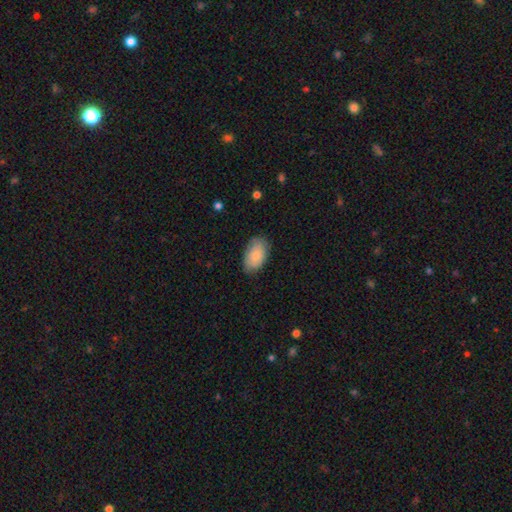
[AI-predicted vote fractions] Morphology: type=smooth (84%); roundness=in between (94%); merging=none (80%).